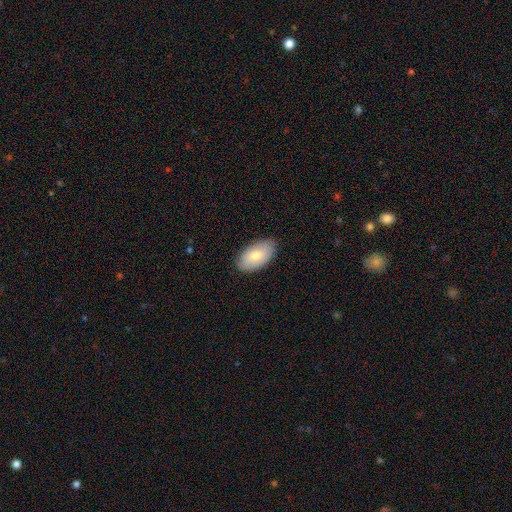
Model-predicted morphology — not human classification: Smooth or featured? smooth (73%)
How rounded? in between (95%)
Merging? none (86%)